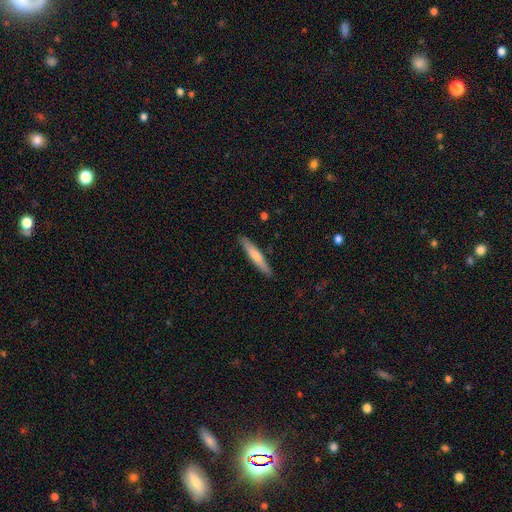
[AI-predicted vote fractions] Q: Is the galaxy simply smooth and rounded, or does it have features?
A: smooth — 68%.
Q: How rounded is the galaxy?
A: cigar-shaped — 91%.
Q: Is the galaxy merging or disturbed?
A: none — 88%.